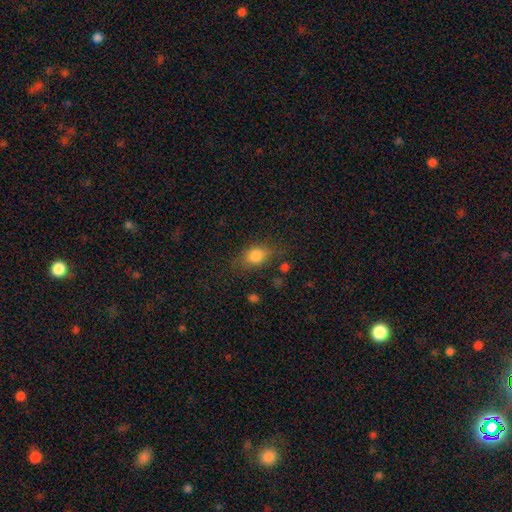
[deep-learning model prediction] This appears to be a smooth galaxy with no disk features (82%) that is in between round and cigar-shaped (68%). Merging: none (67%).